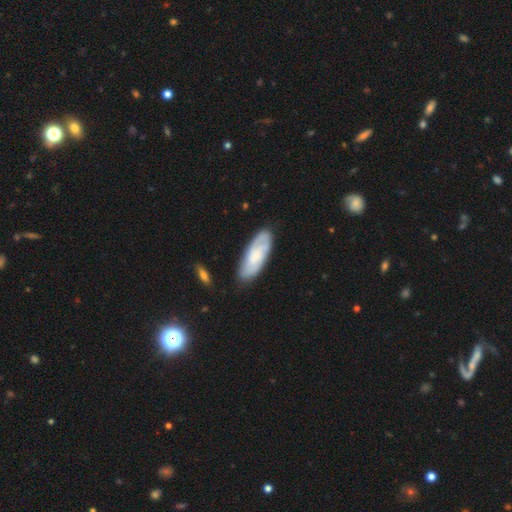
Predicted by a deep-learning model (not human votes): The model was most divided on "smooth or featured": smooth: 49%, featured or disk: 45%, star or artifact: 6%. More confident: merging — none (77%).